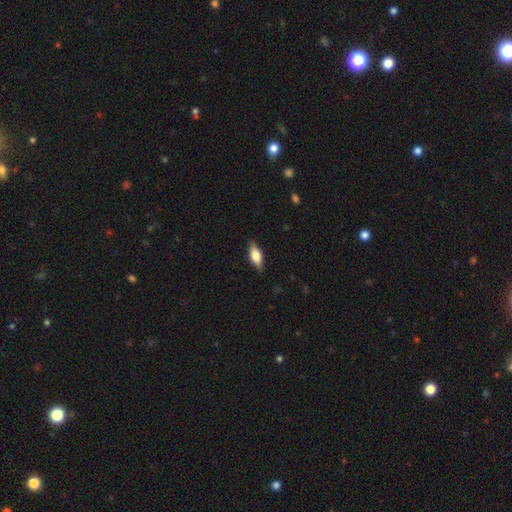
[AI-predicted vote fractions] smooth_or_featured: smooth (p=0.58) [alt: featured or disk p=0.35]
how_rounded: in between (p=0.73) [alt: cigar-shaped p=0.23]
merging: none (p=0.85) [alt: minor disturbance p=0.12]